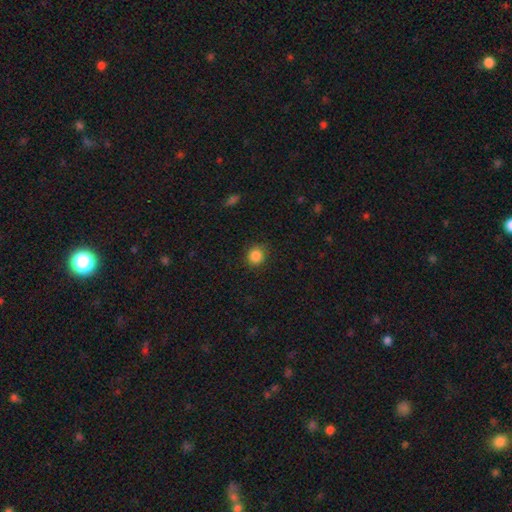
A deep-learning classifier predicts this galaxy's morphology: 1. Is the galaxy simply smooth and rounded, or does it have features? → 85% smooth, 11% star or artifact, 4% featured or disk.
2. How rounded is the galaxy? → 89% round, 10% in between, 1% cigar-shaped.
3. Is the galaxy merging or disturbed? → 85% none, 11% minor disturbance, 3% major disturbance, 1% merger.